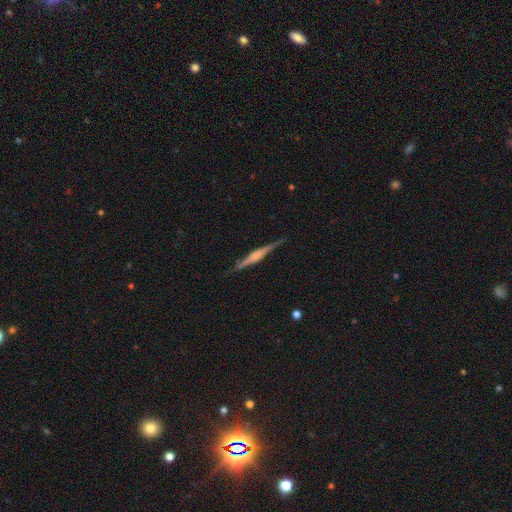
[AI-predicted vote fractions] Q: Smooth or featured?
A: featured or disk (71%); runner-up: smooth (23%)
Q: Edge-on disk?
A: yes (98%); runner-up: no (2%)
Q: Edge-on bulge?
A: rounded (49%); runner-up: boxy (35%)
Q: Merging?
A: none (87%); runner-up: minor disturbance (10%)